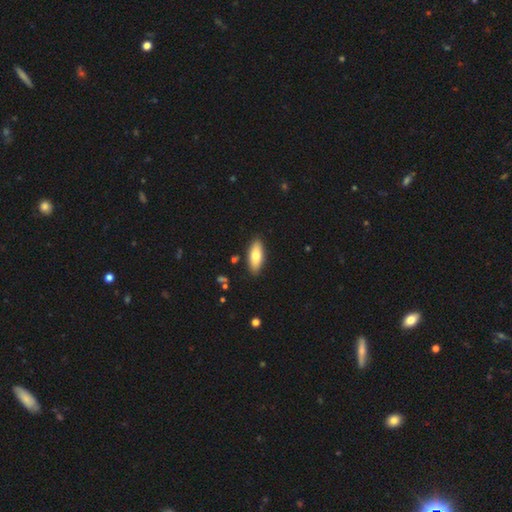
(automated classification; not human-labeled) Morphology: type=smooth (77%); roundness=in between (75%); merging=none (88%).